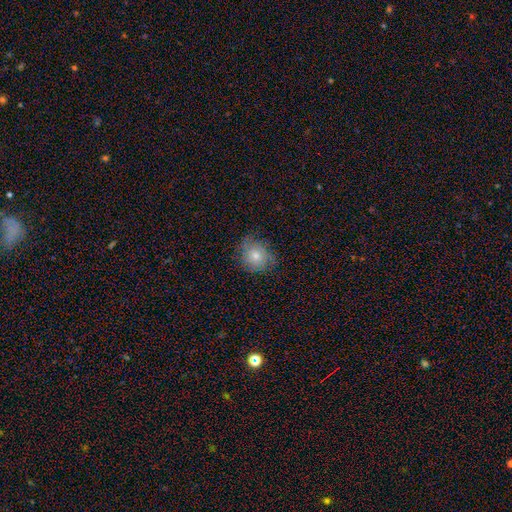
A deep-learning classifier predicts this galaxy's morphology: smooth-or-featured: smooth: 72% | featured or disk: 18% | star or artifact: 9%
  how-rounded: round: 78% | in between: 21% | cigar-shaped: 1%
  merging: none: 69% | minor disturbance: 23% | major disturbance: 7% | merger: 1%